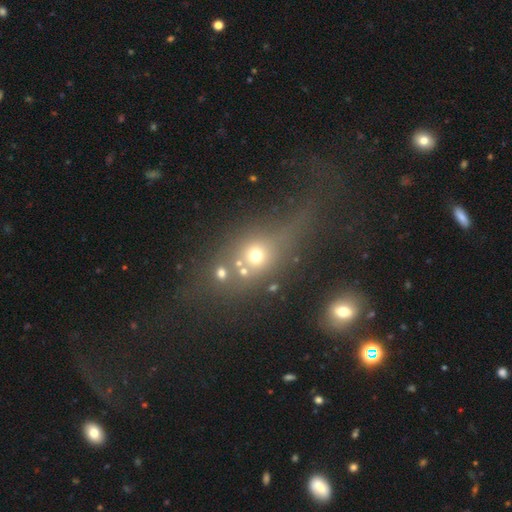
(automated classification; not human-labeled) This is possibly a smooth galaxy (57%). How rounded: possibly round (57%). Merging: possibly none (49%).